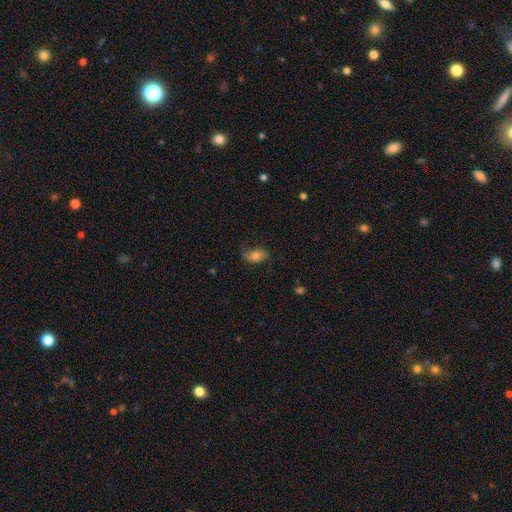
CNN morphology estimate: Smooth or featured? Predicted: smooth (p=0.74). How rounded? Predicted: in between (p=0.87). Merging? Predicted: none (p=0.69).